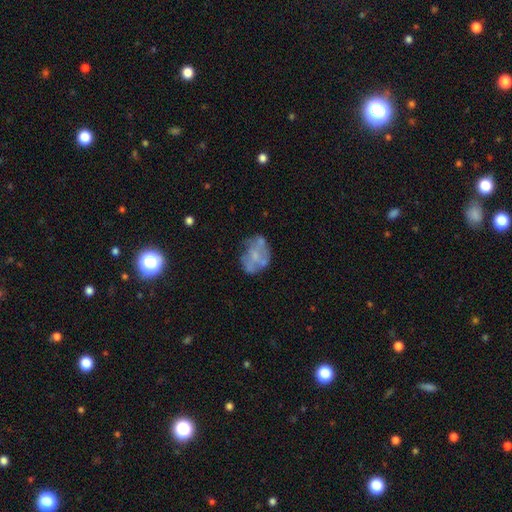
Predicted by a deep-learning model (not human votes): This appears to be a featured or disk galaxy (56%) with no bar (83%), no spiral arms (80%) and a small central bulge (43%). Merging: none (50%).